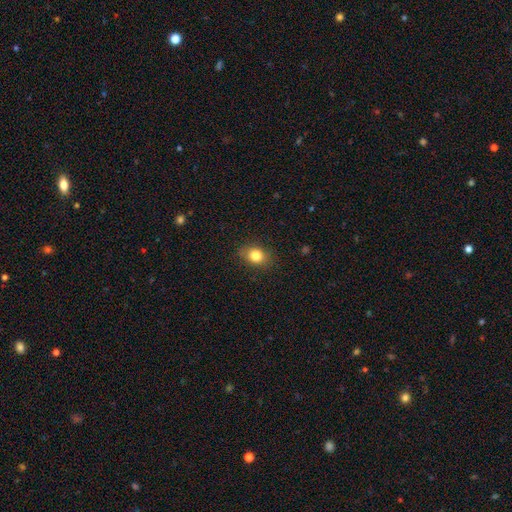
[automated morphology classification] smooth_or_featured: smooth (p=0.82) [alt: star or artifact p=0.10]
how_rounded: in between (p=0.59) [alt: round p=0.40]
merging: none (p=0.83) [alt: minor disturbance p=0.13]